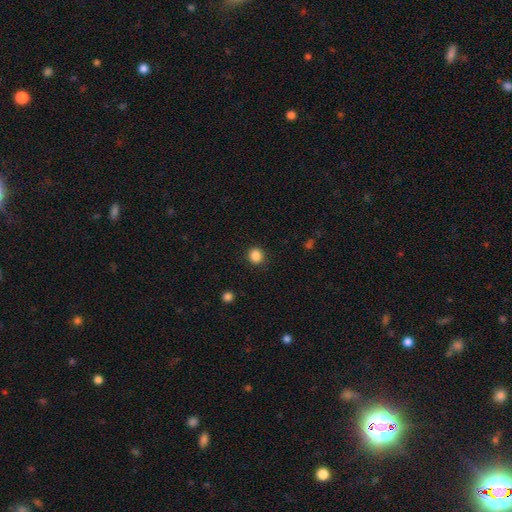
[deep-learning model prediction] smooth 87%, star or artifact 10%, featured or disk 3%. Down the decision tree: how rounded — round (87%); merging — none (89%).